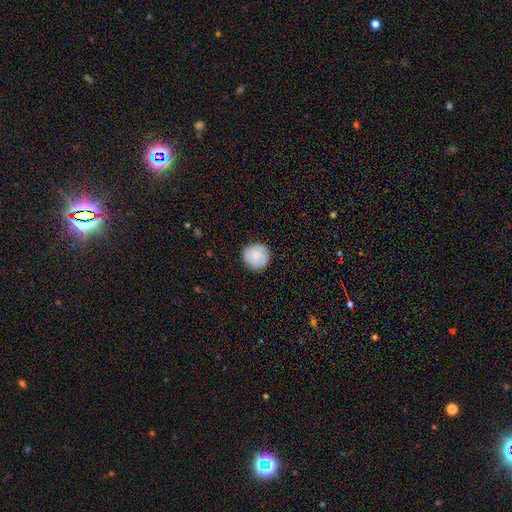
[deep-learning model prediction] This is likely a smooth galaxy (72%). How rounded: clearly round (93%). Merging: clearly none (87%).